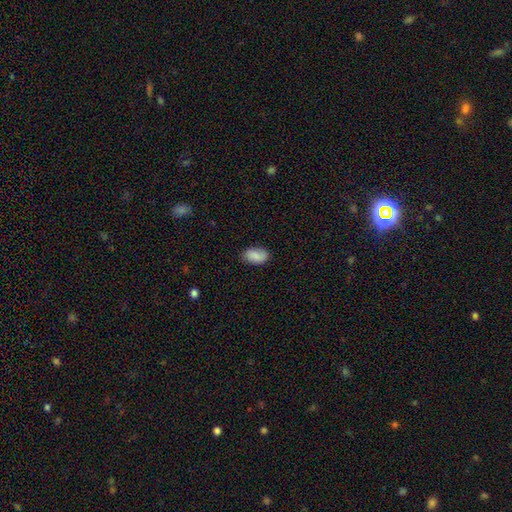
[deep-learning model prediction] This is clearly a smooth galaxy (85%). How rounded: clearly in between (93%). Merging: clearly none (81%).